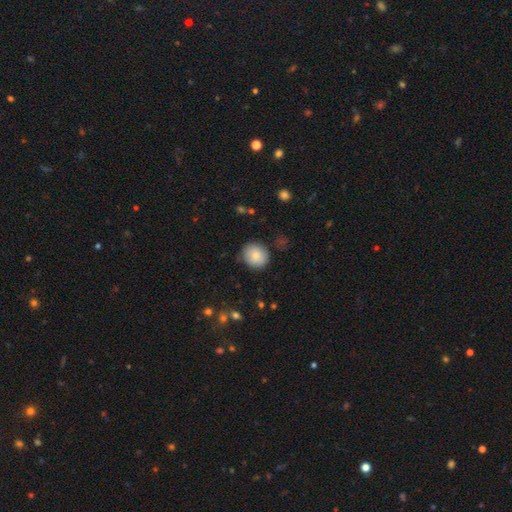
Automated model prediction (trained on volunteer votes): This appears to be a smooth galaxy with no disk features (83%) that is round (87%). Merging: none (81%).